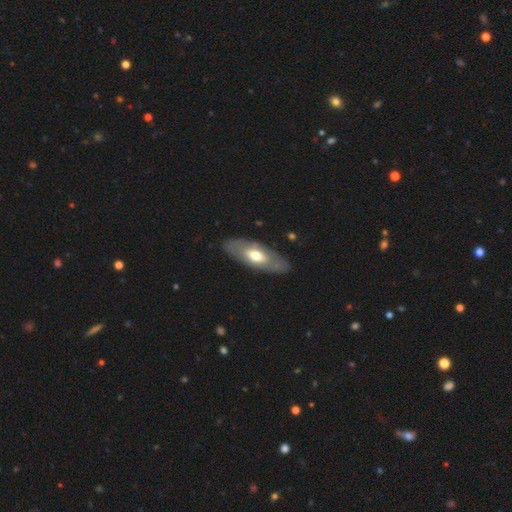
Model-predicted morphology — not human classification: Smooth or featured: smooth — 49% (featured or disk — 46%)
Merging: none — 83% (minor disturbance — 12%)